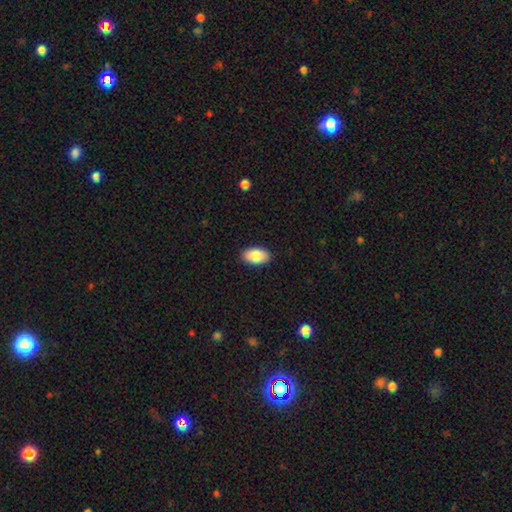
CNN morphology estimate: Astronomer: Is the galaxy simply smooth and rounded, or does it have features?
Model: smooth — 86%.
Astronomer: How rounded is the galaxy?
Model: in between — 94%.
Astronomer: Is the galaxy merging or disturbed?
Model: none — 89%.